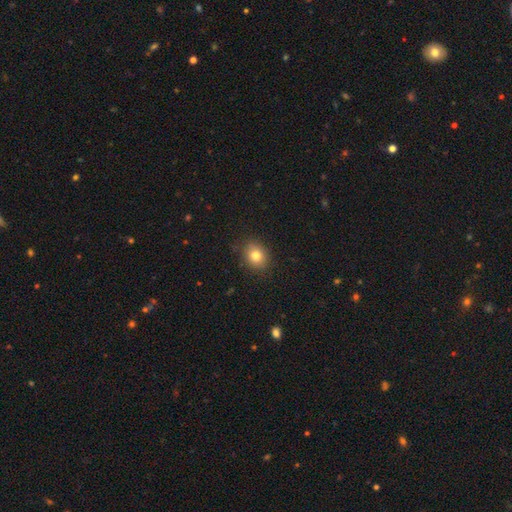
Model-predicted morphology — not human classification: Q: Smooth or featured?
A: smooth (80%); runner-up: star or artifact (11%)
Q: How rounded?
A: round (60%); runner-up: in between (39%)
Q: Merging?
A: none (87%); runner-up: minor disturbance (10%)